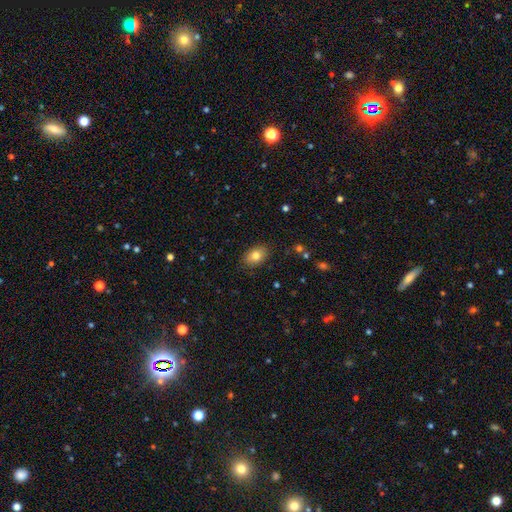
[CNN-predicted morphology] This appears to be a smooth galaxy with no disk features (81%) that is in between round and cigar-shaped (83%). Merging: none (87%).